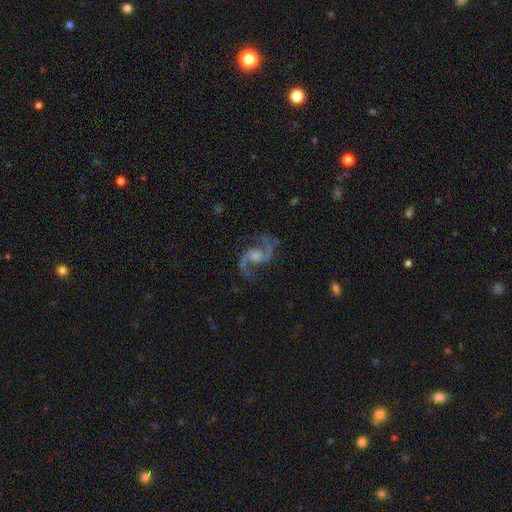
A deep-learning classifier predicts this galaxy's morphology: This is clearly a featured or disk galaxy (92%). It is clearly not viewed edge-on (98%). Bar: possibly no (48%). Spiral arm pattern: clearly yes (98%). Spiral arm count: clearly 2 (95%). Spiral winding: possibly medium (56%). Central bulge: marginally moderate (43%). Merging: clearly none (81%).